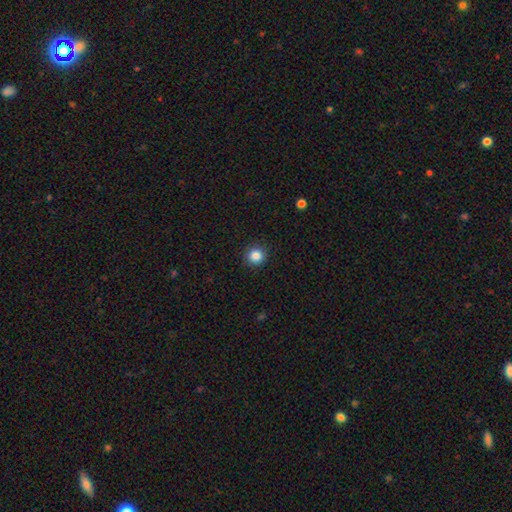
Overall: smooth (89%). How rounded: round (100%). Merging: none (91%).